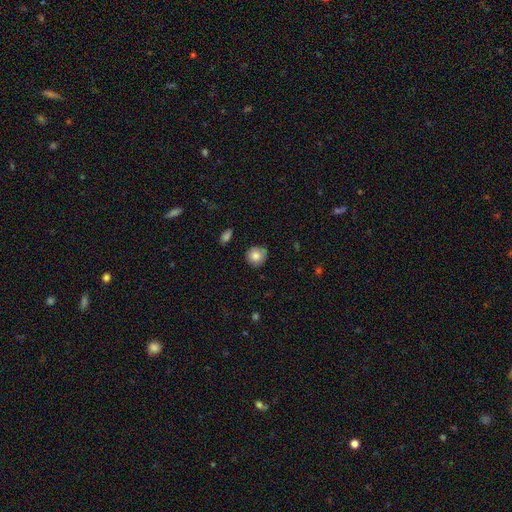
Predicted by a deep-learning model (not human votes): smooth_or_featured: smooth (p=0.81) [alt: featured or disk p=0.11]
how_rounded: round (p=0.88) [alt: in between p=0.11]
merging: none (p=0.83) [alt: minor disturbance p=0.13]